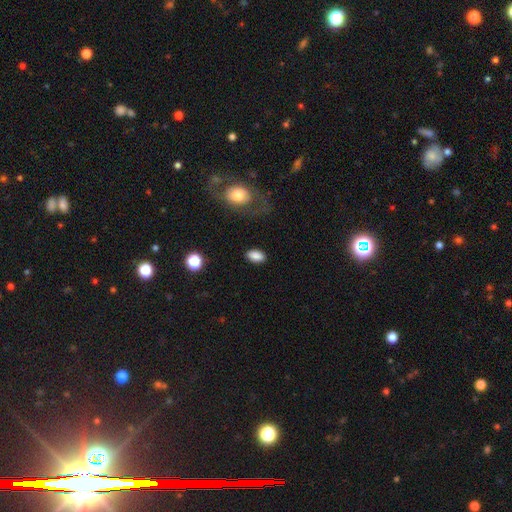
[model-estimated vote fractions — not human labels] Smooth or featured: smooth — 87% (star or artifact — 8%)
How rounded: in between — 91% (round — 6%)
Merging: none — 86% (minor disturbance — 9%)